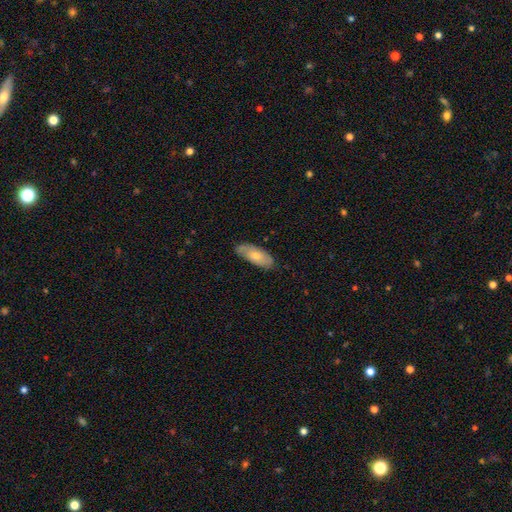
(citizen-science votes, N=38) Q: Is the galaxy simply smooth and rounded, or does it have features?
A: smooth — 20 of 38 (53%).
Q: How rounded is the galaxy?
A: in between — 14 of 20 (70%).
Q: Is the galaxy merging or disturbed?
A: none — 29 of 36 (81%).